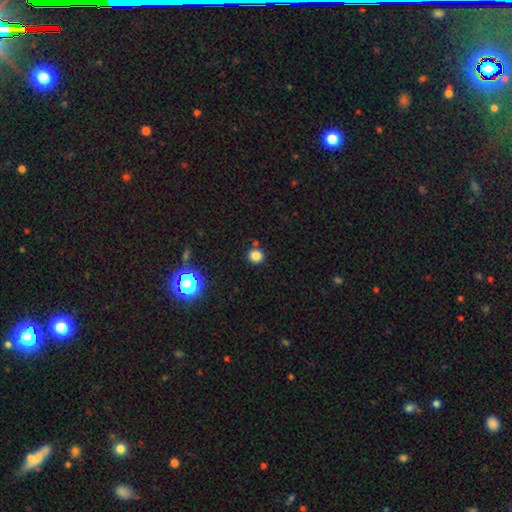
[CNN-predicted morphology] smooth 81%, star or artifact 15%, featured or disk 4%. Down the decision tree: how rounded — round (89%); merging — none (83%).